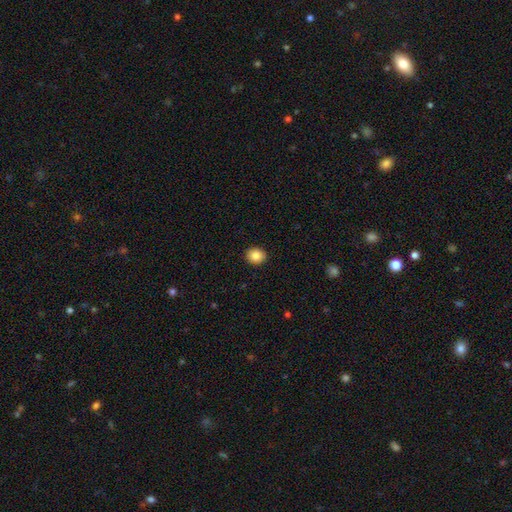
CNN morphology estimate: type=smooth (86%); roundness=round (71%); merging=none (92%).